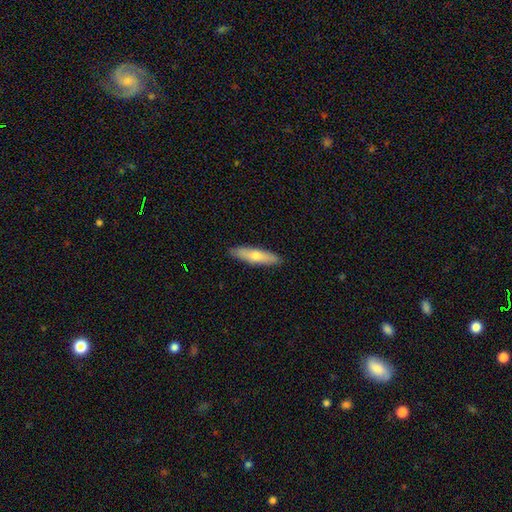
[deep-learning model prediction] smooth_or_featured: smooth (p=0.65) [alt: featured or disk p=0.29]
how_rounded: cigar-shaped (p=0.73) [alt: in between p=0.25]
merging: none (p=0.89) [alt: minor disturbance p=0.08]